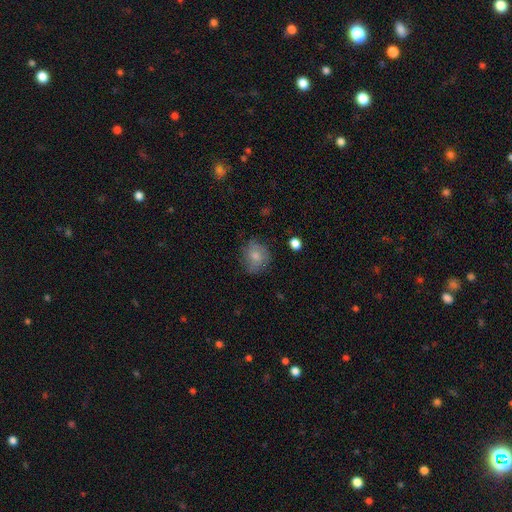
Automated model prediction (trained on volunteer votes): Smooth or featured? Predicted: smooth (p=0.76). How rounded? Predicted: round (p=0.76). Merging? Predicted: none (p=0.68).